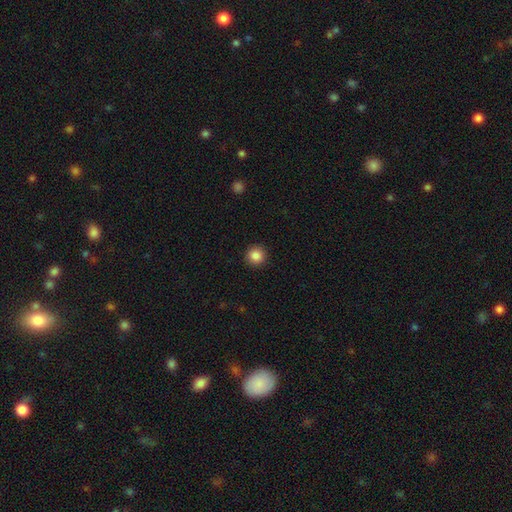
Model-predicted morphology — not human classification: A smooth galaxy with no disk features (87%) that is round (95%).

Vote fractions:
- Smooth or featured? smooth: 87% / star or artifact: 10% / featured or disk: 4%
- How rounded? round: 95% / in between: 5% / cigar-shaped: 1%
- Merging? none: 92% / minor disturbance: 5% / major disturbance: 2% / merger: 1%